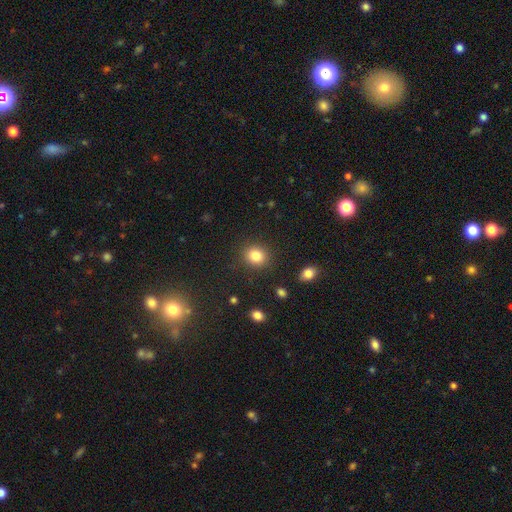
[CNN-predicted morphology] smooth-or-featured: smooth: 84% | star or artifact: 11% | featured or disk: 6%
  how-rounded: round: 78% | in between: 21% | cigar-shaped: 1%
  merging: none: 89% | minor disturbance: 7% | major disturbance: 3% | merger: 2%